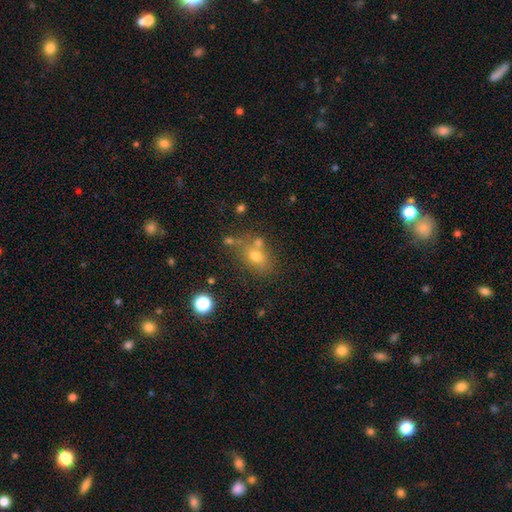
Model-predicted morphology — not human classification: type=smooth (65%); roundness=in between (66%); merging=none (56%).